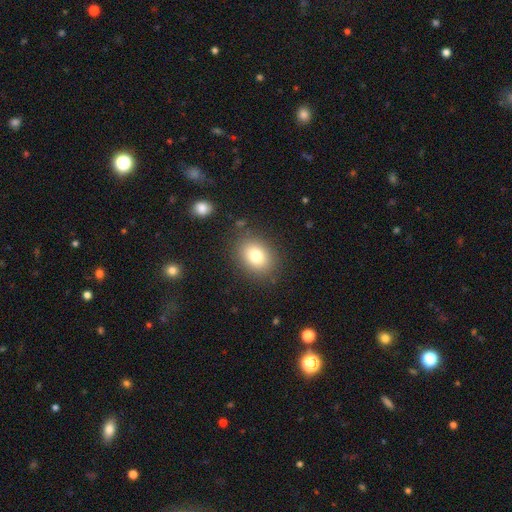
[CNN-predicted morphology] This appears to be a smooth galaxy with no disk features (79%) that is in between round and cigar-shaped (59%). Merging: none (85%).